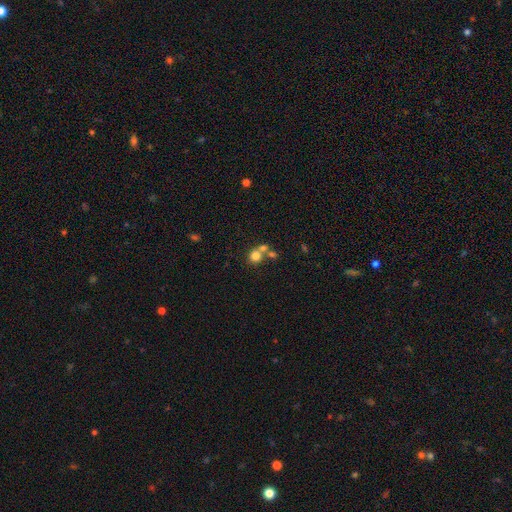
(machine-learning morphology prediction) Smooth or featured: smooth — 75% (star or artifact — 13%)
How rounded: round — 86% (in between — 13%)
Merging: none — 47% (merger — 42%)